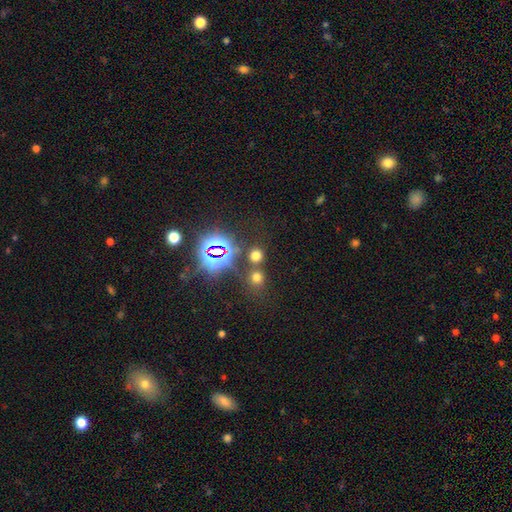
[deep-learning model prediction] Smooth or featured?
  - smooth: 57% *
  - star or artifact: 36%
  - featured or disk: 6%
How rounded?
  - round: 84% *
  - in between: 15%
  - cigar-shaped: 1%
Merging?
  - none: 73% *
  - merger: 16%
  - minor disturbance: 8%
  - major disturbance: 4%